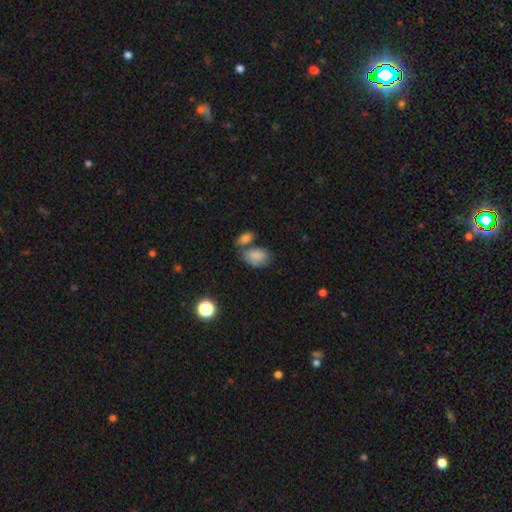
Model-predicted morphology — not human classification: Smooth or featured? smooth (82%)
How rounded? in between (87%)
Merging? none (43%)